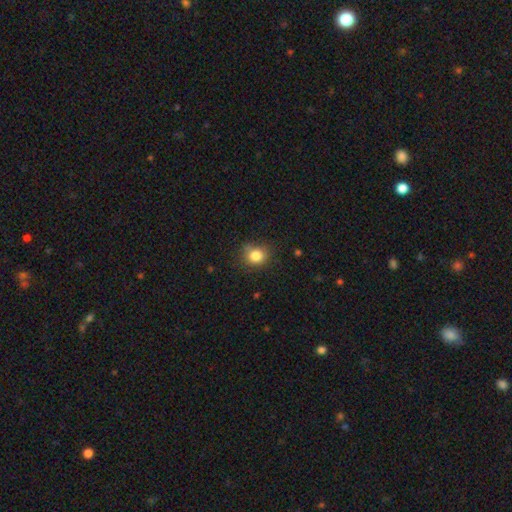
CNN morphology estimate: A smooth galaxy with no disk features (83%) that is round (74%). Merging: none (76%).